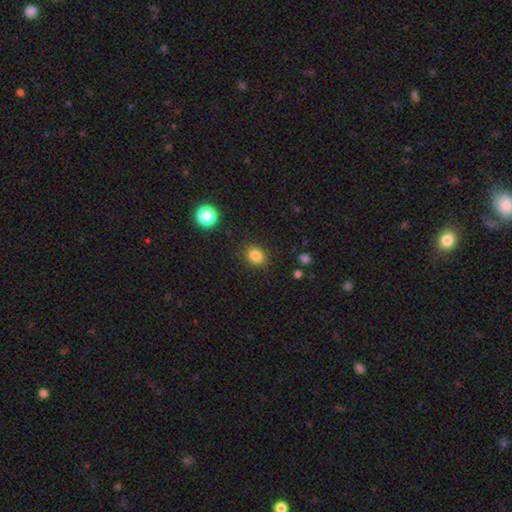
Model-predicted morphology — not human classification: The model was most divided on "how rounded": in between: 59%, round: 40%, cigar-shaped: 1%. More confident: merging — none (86%); smooth or featured — smooth (83%).